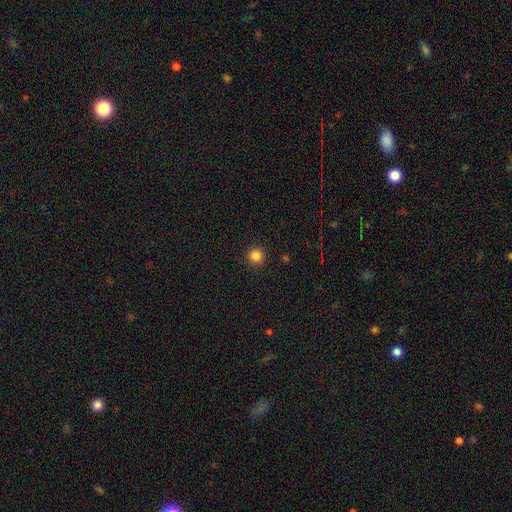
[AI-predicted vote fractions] A smooth galaxy with no disk features (85%) that is round (95%). Merging: none (90%).